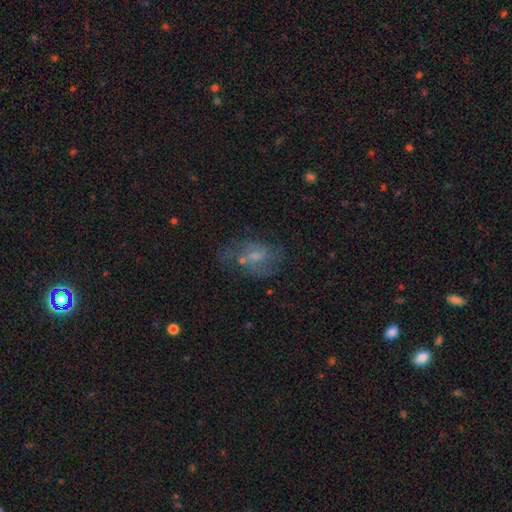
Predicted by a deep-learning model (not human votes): Morphology: type=featured or disk (55%); edge-on=no (95%); bar=no (51%); spiral arms=yes (69%); bulge=small (50%); merging=none (55%).